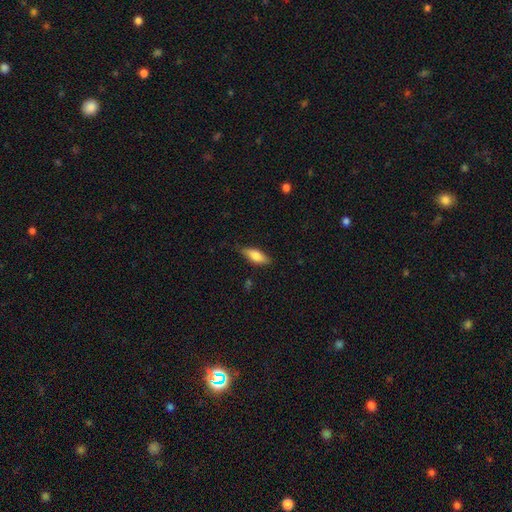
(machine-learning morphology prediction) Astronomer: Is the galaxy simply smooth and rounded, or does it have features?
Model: smooth — 70%.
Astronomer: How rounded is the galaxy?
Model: in between — 66%.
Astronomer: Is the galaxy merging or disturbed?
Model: none — 78%.